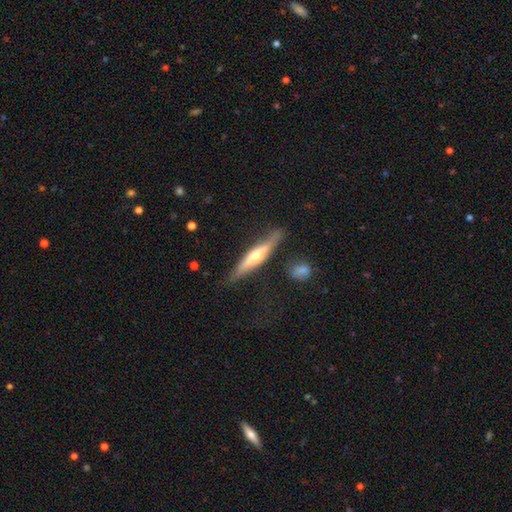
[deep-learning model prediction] smooth_or_featured: featured or disk (p=0.62) [alt: smooth p=0.32]
disk_edge_on: yes (p=0.92) [alt: no p=0.08]
edge_on_bulge: rounded (p=0.86) [alt: none p=0.08]
merging: none (p=0.79) [alt: minor disturbance p=0.15]